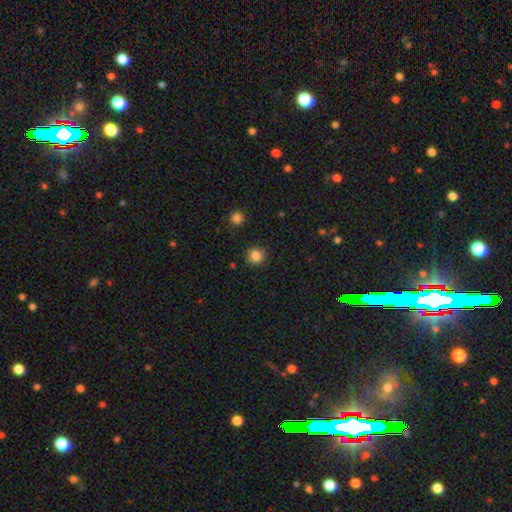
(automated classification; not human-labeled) Smooth or featured: smooth — 85% (star or artifact — 12%)
How rounded: round — 91% (in between — 8%)
Merging: none — 88% (minor disturbance — 8%)